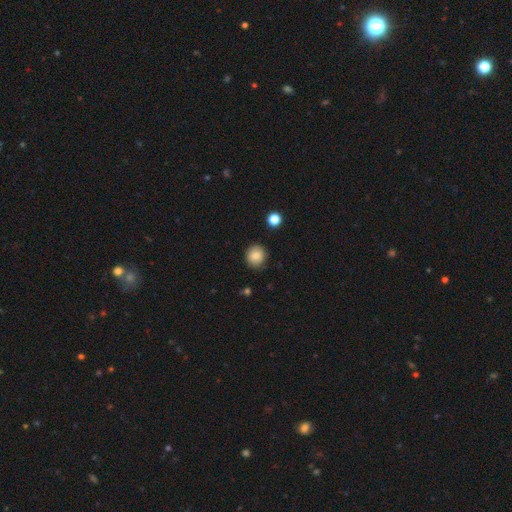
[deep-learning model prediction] This appears to be a smooth galaxy with no disk features (83%) that is round (84%). Merging: none (86%).